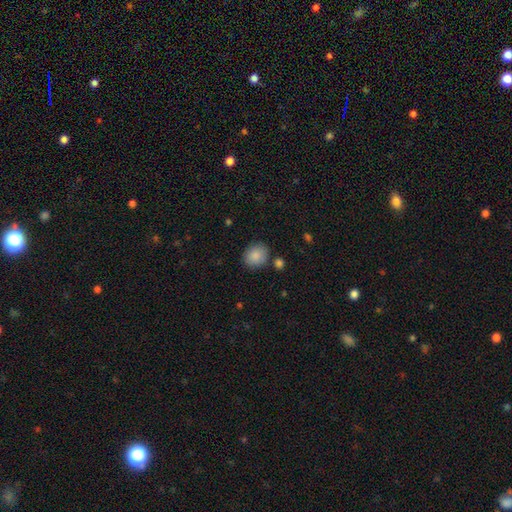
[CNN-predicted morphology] Q: Smooth or featured?
A: smooth (87%); runner-up: star or artifact (8%)
Q: How rounded?
A: round (67%); runner-up: in between (32%)
Q: Merging?
A: none (80%); runner-up: minor disturbance (12%)